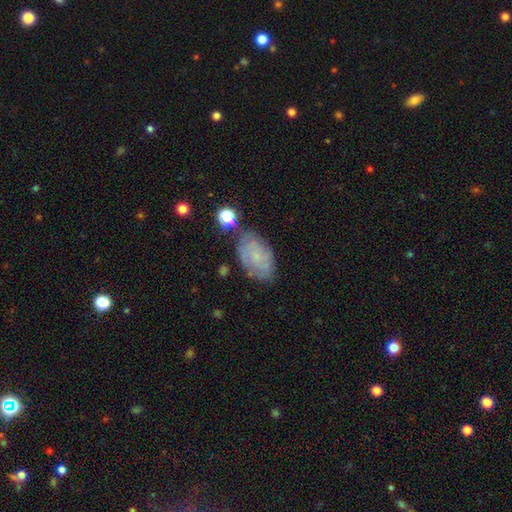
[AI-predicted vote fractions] smooth-or-featured: smooth: 48% | featured or disk: 42% | star or artifact: 10%
  merging: none: 61% | minor disturbance: 25% | major disturbance: 8% | merger: 6%